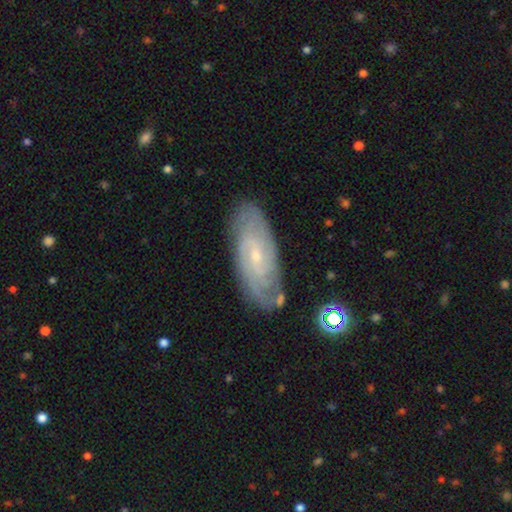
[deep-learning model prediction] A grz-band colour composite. It shows a featured or disk galaxy (81%) with no bar (47%), tight (63%) spiral arms (94%) and a small central bulge (78%). Merging: none (78%).